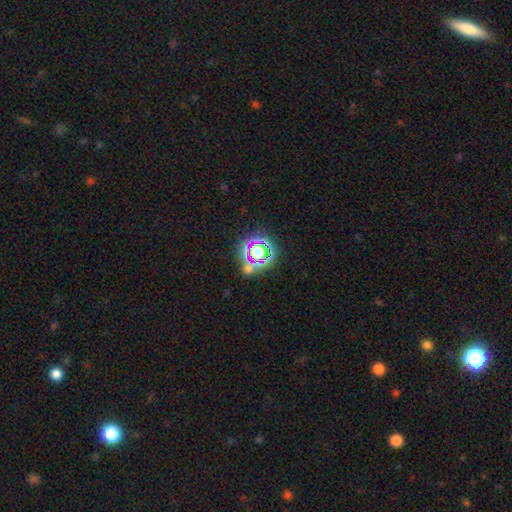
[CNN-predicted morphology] Q: Smooth or featured?
A: star or artifact (74%); runner-up: smooth (18%)